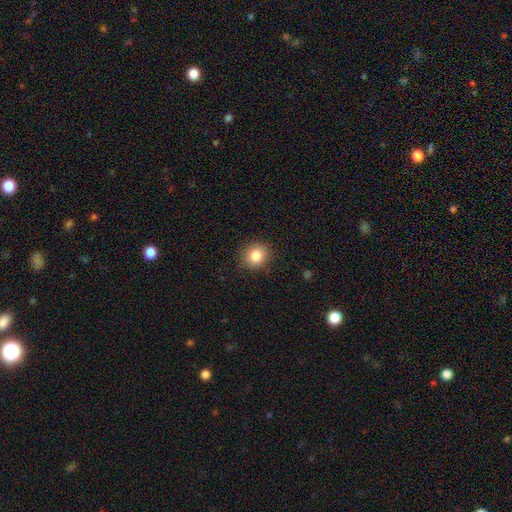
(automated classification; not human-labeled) smooth 84%, star or artifact 10%, featured or disk 6%. Down the decision tree: how rounded — round (80%); merging — none (88%).